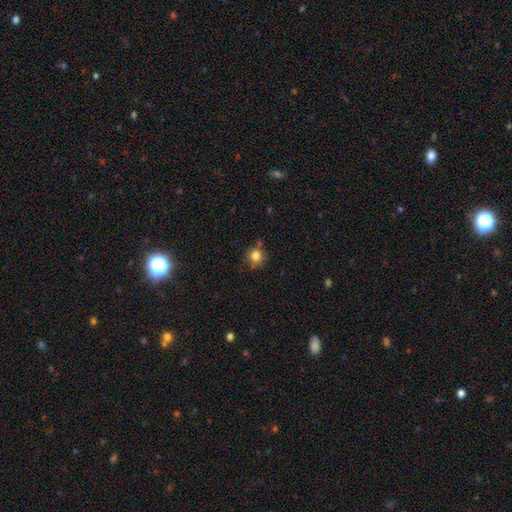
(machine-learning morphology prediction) smooth-or-featured: smooth: 81% | star or artifact: 11% | featured or disk: 7%
  how-rounded: round: 85% | in between: 14% | cigar-shaped: 1%
  merging: none: 69% | minor disturbance: 19% | merger: 7% | major disturbance: 5%